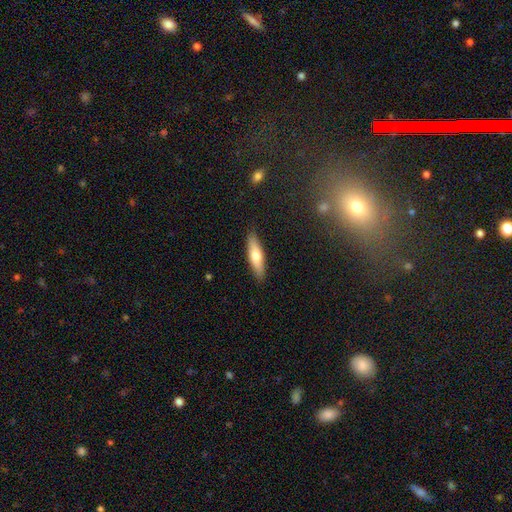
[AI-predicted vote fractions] smooth 64%, featured or disk 30%, star or artifact 6%. Down the decision tree: how rounded — cigar-shaped (64%); merging — none (89%).